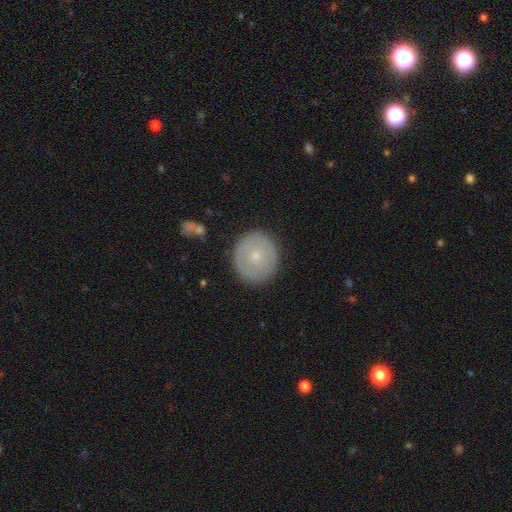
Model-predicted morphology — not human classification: Q: Smooth or featured?
A: smooth (62%); runner-up: featured or disk (31%)
Q: How rounded?
A: round (83%); runner-up: in between (16%)
Q: Merging?
A: none (87%); runner-up: minor disturbance (9%)